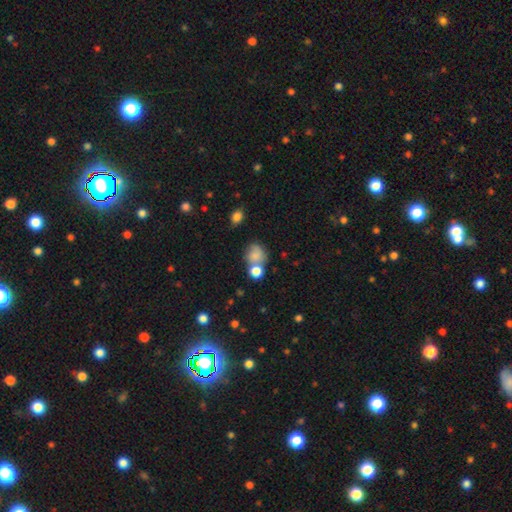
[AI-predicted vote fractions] A smooth galaxy with no disk features (77%) that is round (62%). Merging: none (43%).